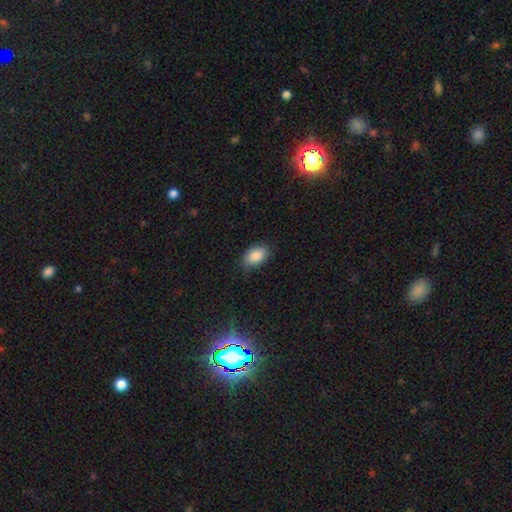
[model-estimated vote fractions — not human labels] A smooth galaxy with no disk features (86%) that is in between round and cigar-shaped (90%). Merging: none (80%).